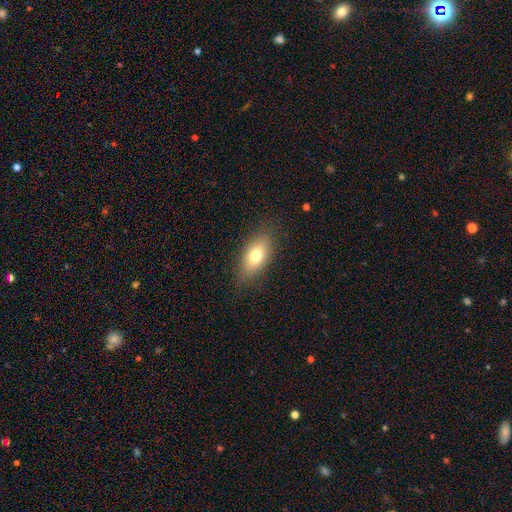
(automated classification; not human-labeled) A smooth galaxy with no disk features (76%) that is in between round and cigar-shaped (85%). Merging: none (83%).